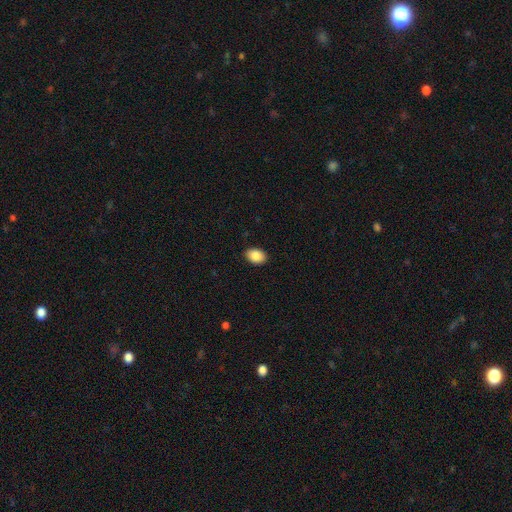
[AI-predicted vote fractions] Smooth or featured?
  - smooth: 88% *
  - star or artifact: 7%
  - featured or disk: 4%
How rounded?
  - in between: 81% *
  - round: 18%
  - cigar-shaped: 1%
Merging?
  - none: 89% *
  - minor disturbance: 8%
  - major disturbance: 2%
  - merger: 1%